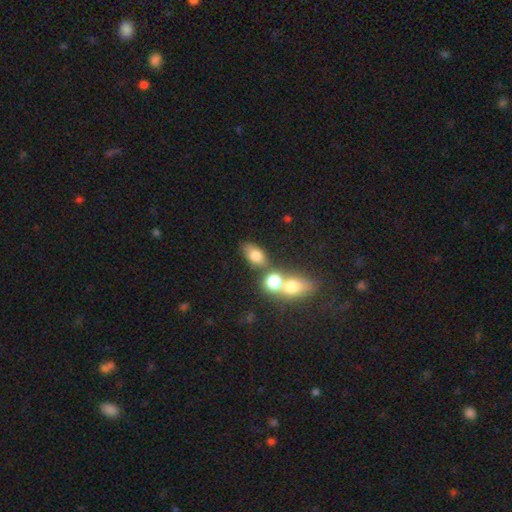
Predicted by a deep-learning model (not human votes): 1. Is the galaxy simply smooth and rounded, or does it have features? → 75% smooth, 13% featured or disk, 12% star or artifact.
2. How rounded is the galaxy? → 75% in between, 21% round, 4% cigar-shaped.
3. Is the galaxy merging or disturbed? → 46% none, 36% merger, 11% minor disturbance, 6% major disturbance.